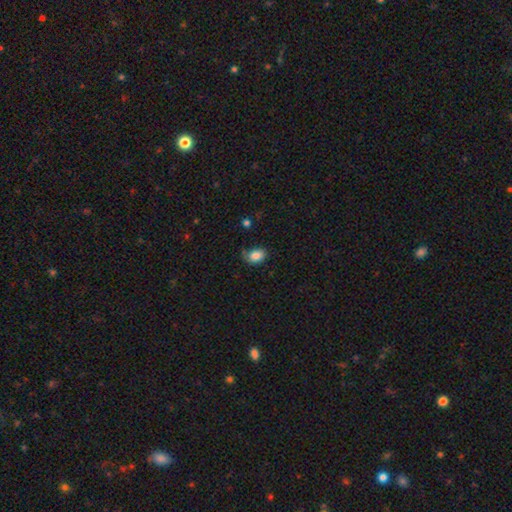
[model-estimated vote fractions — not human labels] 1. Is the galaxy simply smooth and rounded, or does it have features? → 84% smooth, 9% star or artifact, 7% featured or disk.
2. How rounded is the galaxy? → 78% in between, 21% round, 1% cigar-shaped.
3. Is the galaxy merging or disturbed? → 62% none, 27% minor disturbance, 8% major disturbance, 3% merger.